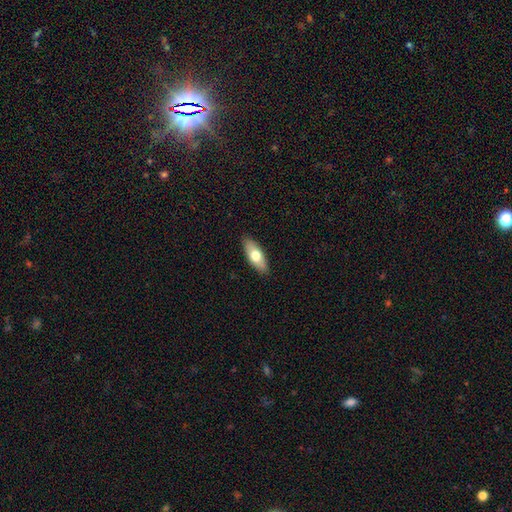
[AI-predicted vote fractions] Smooth or featured?
  - smooth: 66% *
  - featured or disk: 28%
  - star or artifact: 6%
How rounded?
  - in between: 74% *
  - cigar-shaped: 23%
  - round: 3%
Merging?
  - none: 89% *
  - minor disturbance: 8%
  - major disturbance: 2%
  - merger: 1%